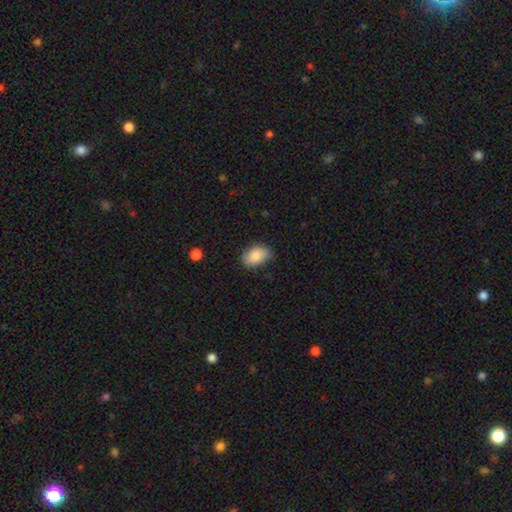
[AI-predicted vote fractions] This appears to be a smooth galaxy with no disk features (85%) that is in between round and cigar-shaped (87%). Merging: none (77%).